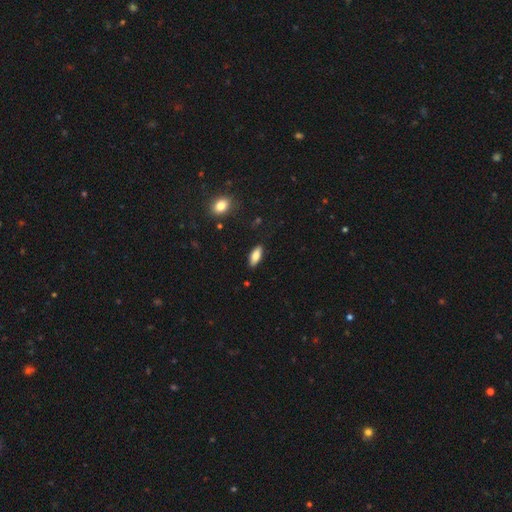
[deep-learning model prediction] smooth-or-featured: smooth: 81% | featured or disk: 12% | star or artifact: 7%
  how-rounded: in between: 77% | cigar-shaped: 21% | round: 2%
  merging: none: 86% | minor disturbance: 10% | major disturbance: 2% | merger: 1%